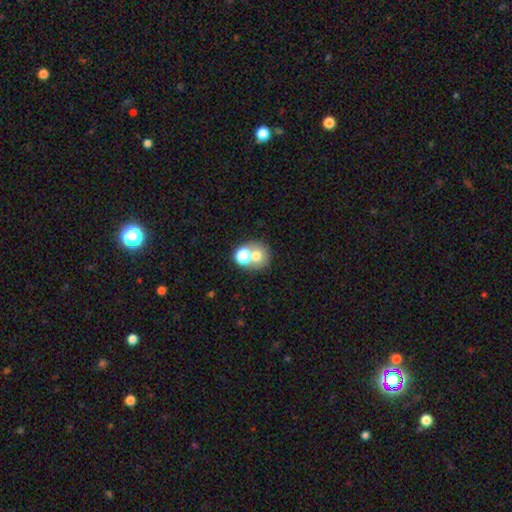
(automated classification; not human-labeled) Smooth or featured: smooth — 67% (featured or disk — 18%)
How rounded: round — 81% (in between — 19%)
Merging: merger — 44% (tied with none — 44%)